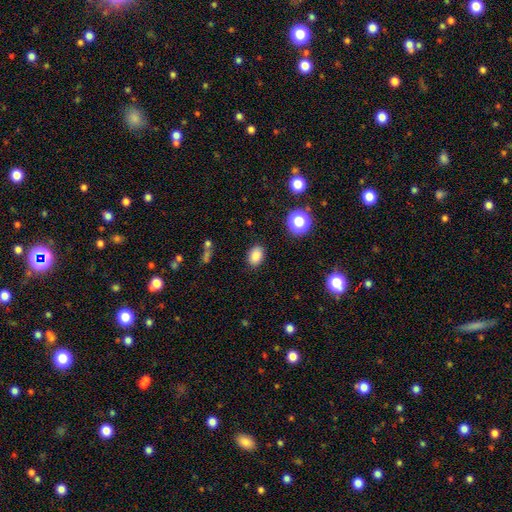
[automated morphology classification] Overall: smooth (84%). How rounded: in between (79%). Merging: none (86%).